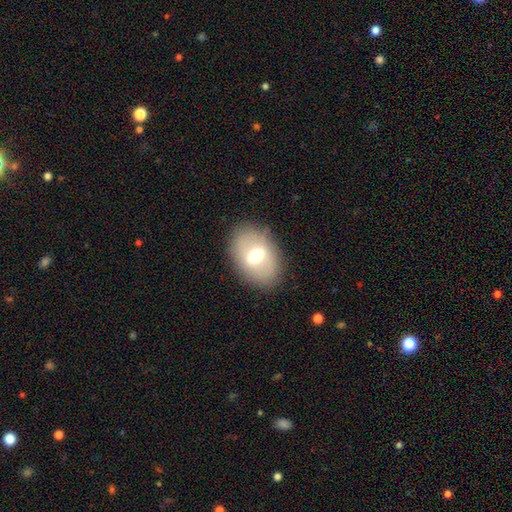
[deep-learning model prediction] smooth 53%, featured or disk 37%, star or artifact 9%. Down the decision tree: how rounded — in between (78%); merging — none (83%).